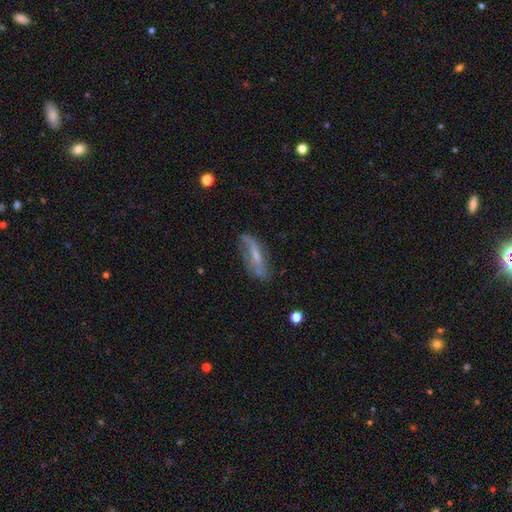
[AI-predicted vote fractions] Smooth or featured: featured or disk — 62% (smooth — 30%)
Edge-on disk: no — 70% (yes — 30%)
Merging: none — 58% (minor disturbance — 26%)